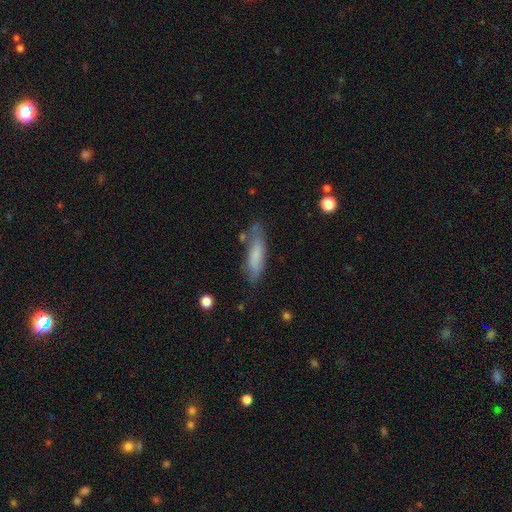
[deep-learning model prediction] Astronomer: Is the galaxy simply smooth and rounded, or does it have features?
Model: smooth — 72%.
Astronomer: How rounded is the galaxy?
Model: cigar-shaped — 66%.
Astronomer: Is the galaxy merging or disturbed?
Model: none — 68%.